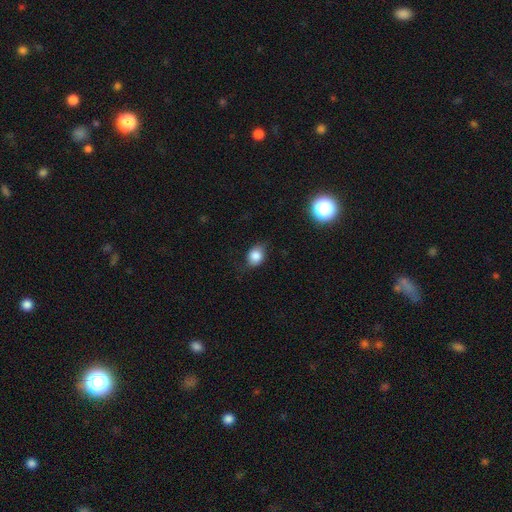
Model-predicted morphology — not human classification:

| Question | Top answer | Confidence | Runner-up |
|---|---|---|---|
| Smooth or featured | smooth | 81% | star or artifact (10%) |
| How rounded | in between | 50% | round (48%) |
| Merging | none | 67% | minor disturbance (24%) |